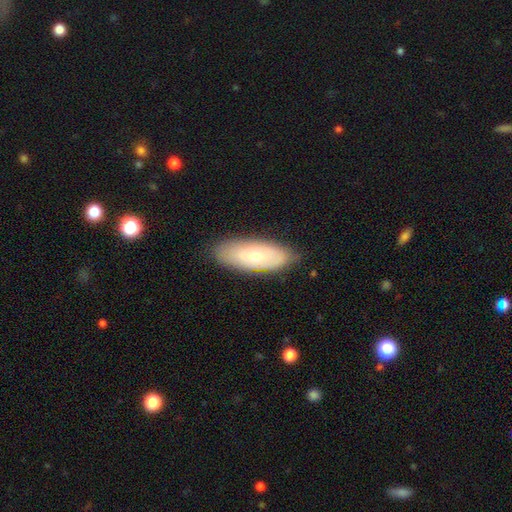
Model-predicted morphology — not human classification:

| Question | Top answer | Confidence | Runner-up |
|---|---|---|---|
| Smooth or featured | smooth | 55% | featured or disk (38%) |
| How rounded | in between | 79% | cigar-shaped (18%) |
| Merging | none | 81% | minor disturbance (15%) |